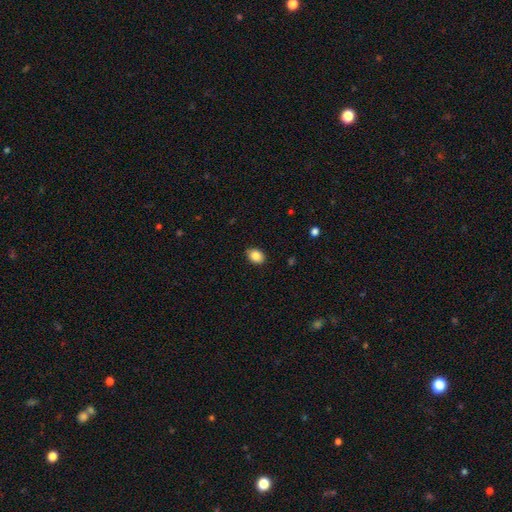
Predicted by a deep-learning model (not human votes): This appears to be a smooth galaxy with no disk features (85%) that is in between round and cigar-shaped (68%). Merging: none (87%).